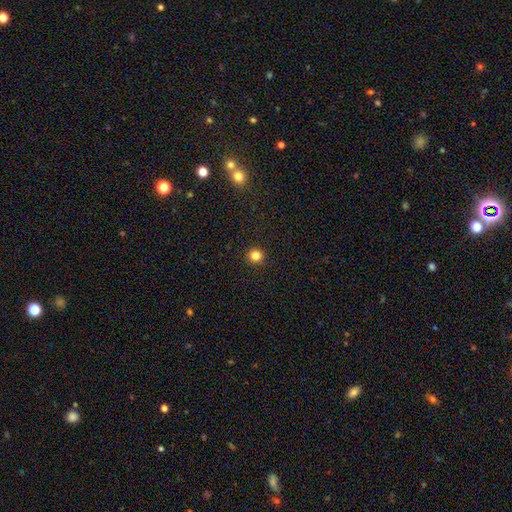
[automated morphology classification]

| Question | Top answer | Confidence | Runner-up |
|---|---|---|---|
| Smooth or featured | smooth | 82% | star or artifact (13%) |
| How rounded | round | 94% | in between (5%) |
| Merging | none | 93% | minor disturbance (4%) |